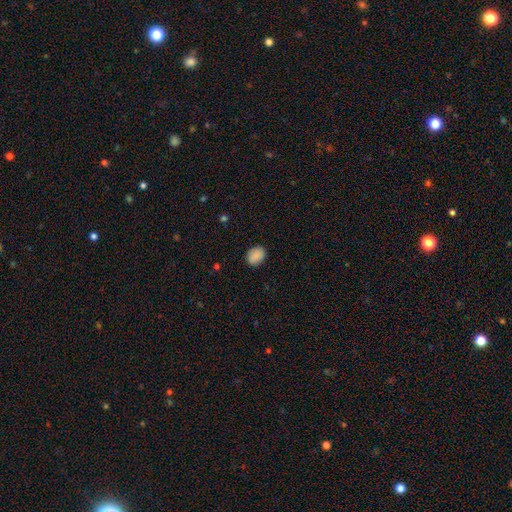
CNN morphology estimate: Smooth or featured?
  - smooth: 88% *
  - star or artifact: 8%
  - featured or disk: 4%
How rounded?
  - in between: 59% *
  - round: 40%
  - cigar-shaped: 1%
Merging?
  - none: 86% *
  - minor disturbance: 11%
  - major disturbance: 2%
  - merger: 1%